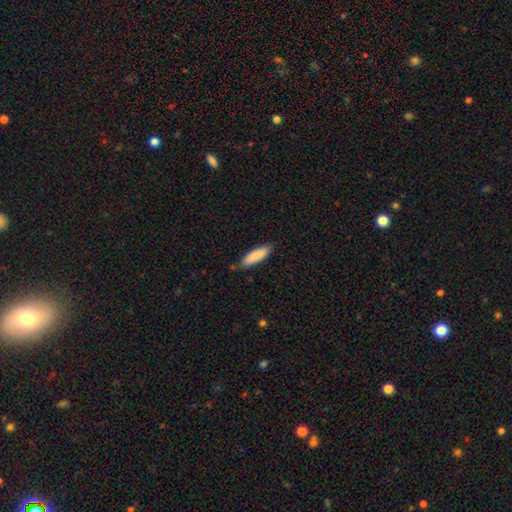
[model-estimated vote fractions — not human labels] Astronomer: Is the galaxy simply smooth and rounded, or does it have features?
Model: smooth — 87%.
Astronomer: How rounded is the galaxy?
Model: cigar-shaped — 65%.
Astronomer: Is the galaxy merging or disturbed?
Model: none — 81%.